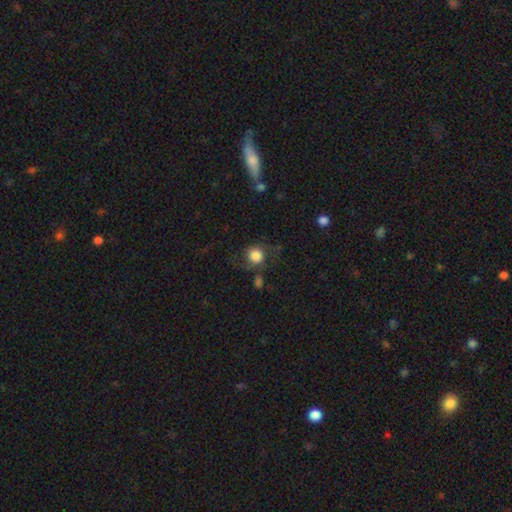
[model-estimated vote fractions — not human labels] smooth-or-featured: smooth: 81% | featured or disk: 10% | star or artifact: 9%
  how-rounded: round: 86% | in between: 13% | cigar-shaped: 1%
  merging: none: 61% | minor disturbance: 19% | major disturbance: 13% | merger: 6%